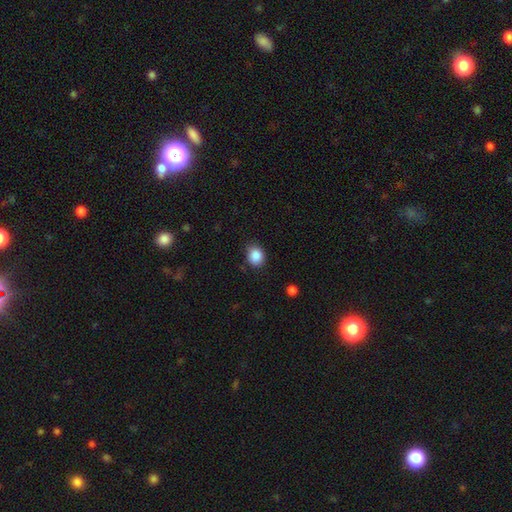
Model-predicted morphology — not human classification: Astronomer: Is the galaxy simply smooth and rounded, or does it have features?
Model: smooth — 87%.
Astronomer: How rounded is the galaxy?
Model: round — 64%.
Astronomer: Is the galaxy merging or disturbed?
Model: none — 79%.